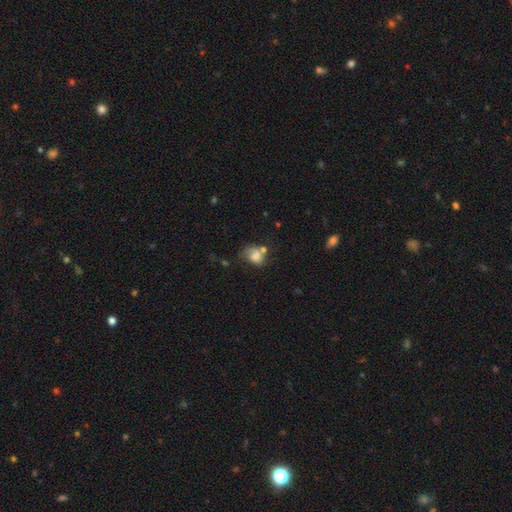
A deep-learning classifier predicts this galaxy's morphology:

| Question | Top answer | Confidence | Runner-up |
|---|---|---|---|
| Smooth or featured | smooth | 66% | featured or disk (22%) |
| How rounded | in between | 58% | round (41%) |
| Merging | none | 33% | minor disturbance (24%) |